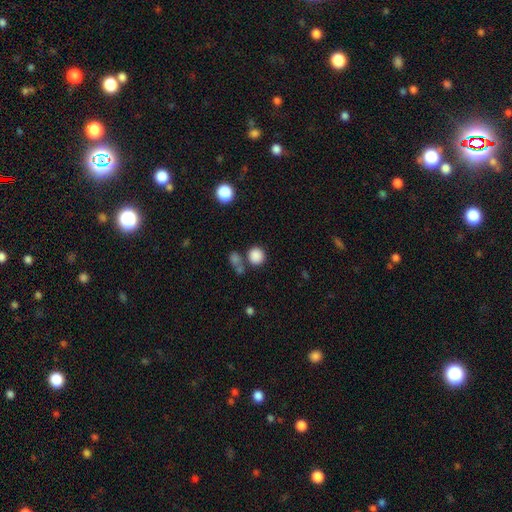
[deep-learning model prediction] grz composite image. It shows a smooth galaxy with no disk features (85%) that is round (88%). Merging: none (67%).